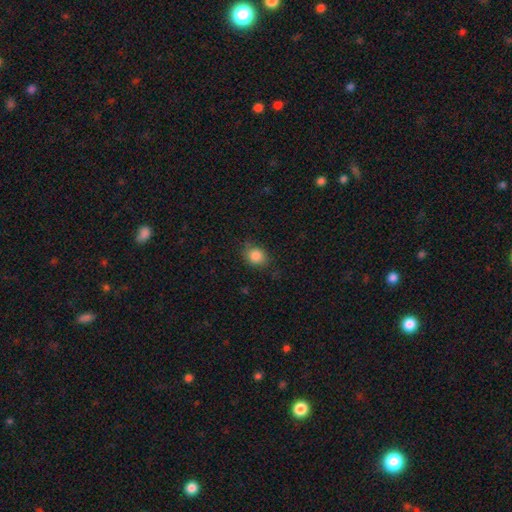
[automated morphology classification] smooth 85%, star or artifact 9%, featured or disk 5%. Down the decision tree: how rounded — round (54%); merging — none (76%).